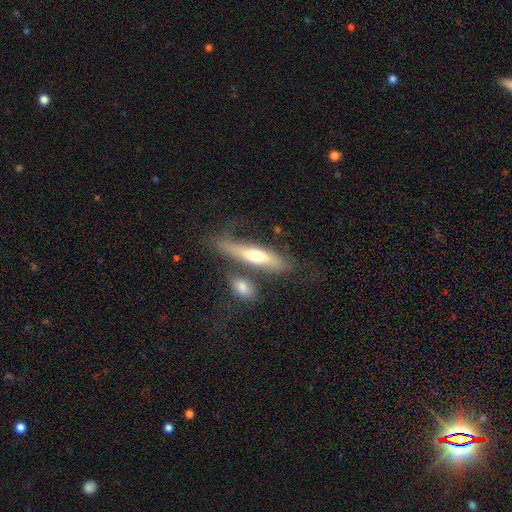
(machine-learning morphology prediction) smooth-or-featured: smooth: 49% | featured or disk: 44% | star or artifact: 6%
  merging: none: 51% | merger: 20% | minor disturbance: 19% | major disturbance: 10%